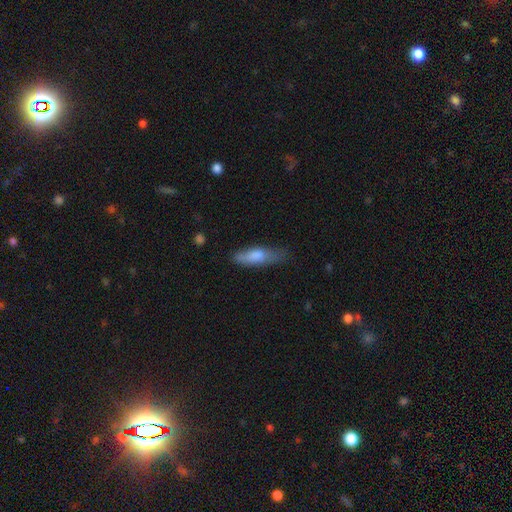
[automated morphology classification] smooth_or_featured: smooth (p=0.77) [alt: featured or disk p=0.17]
how_rounded: cigar-shaped (p=0.50) [alt: in between p=0.48]
merging: none (p=0.58) [alt: minor disturbance p=0.30]